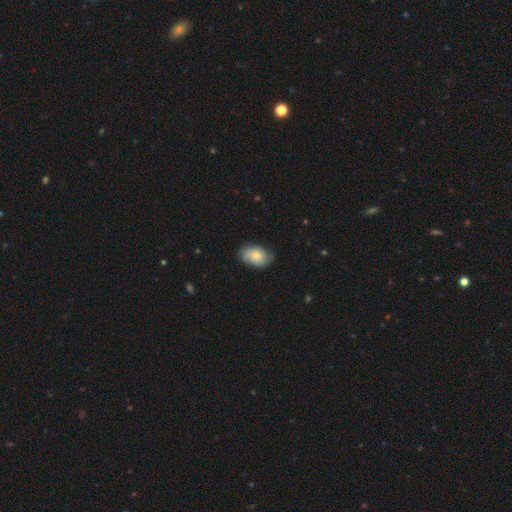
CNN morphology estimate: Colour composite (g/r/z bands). It shows a smooth galaxy with no disk features (69%) that is in between round and cigar-shaped (87%). Merging: none (72%).